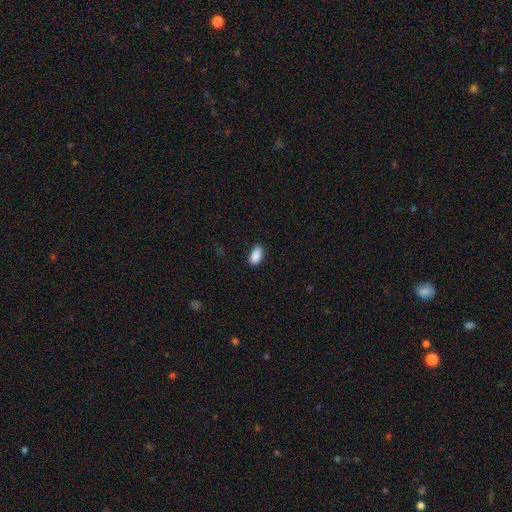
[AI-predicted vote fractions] Morphology: type=smooth (88%); roundness=in between (90%); merging=none (80%).